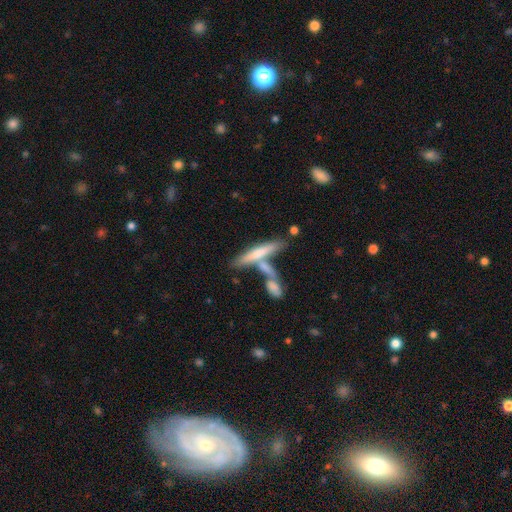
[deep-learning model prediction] smooth_or_featured: featured or disk (p=0.46) [alt: smooth p=0.45]
merging: none (p=0.58) [alt: merger p=0.27]